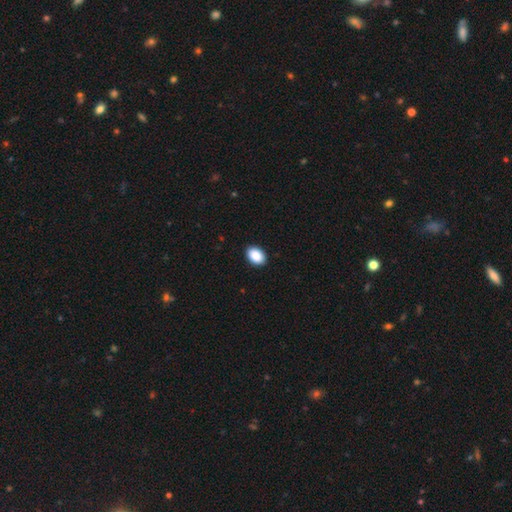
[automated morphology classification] This is clearly a smooth galaxy (90%). How rounded: clearly in between (84%). Merging: clearly none (91%).